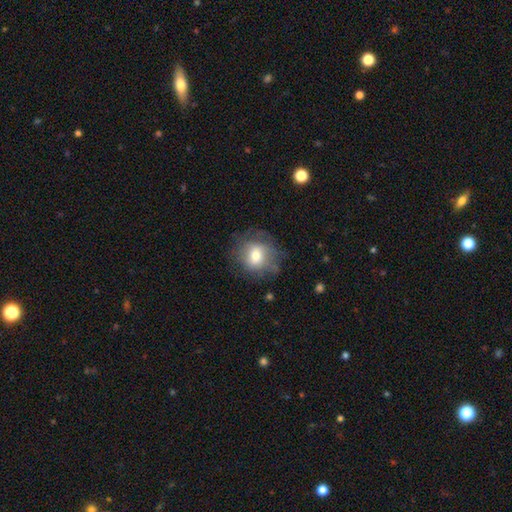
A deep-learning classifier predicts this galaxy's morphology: This appears to be a smooth galaxy with no disk features (66%) that is round (78%). Merging: none (67%).